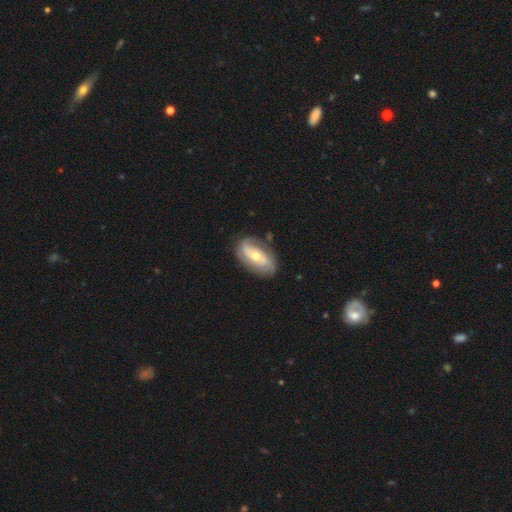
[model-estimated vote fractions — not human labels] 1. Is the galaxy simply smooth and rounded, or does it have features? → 67% featured or disk, 27% smooth, 6% star or artifact.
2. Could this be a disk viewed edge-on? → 91% no, 9% yes.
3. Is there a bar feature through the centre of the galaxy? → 50% no, 30% weak, 21% strong.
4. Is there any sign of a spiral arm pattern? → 75% yes, 25% no.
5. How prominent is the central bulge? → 61% moderate, 34% small, 3% large, 1% dominant, 1% none.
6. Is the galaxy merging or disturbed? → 74% none, 18% minor disturbance, 6% major disturbance, 2% merger.